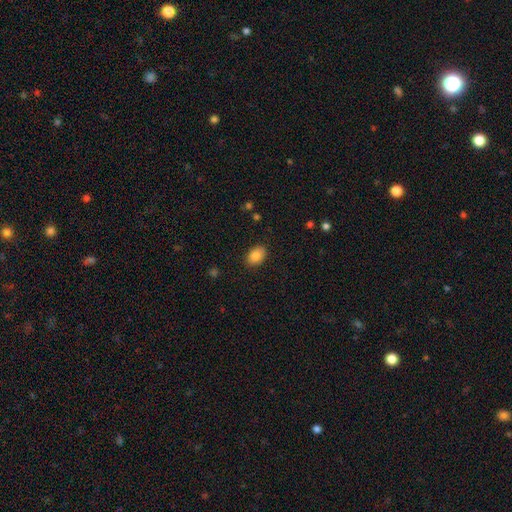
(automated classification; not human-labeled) Morphology: type=smooth (86%); roundness=in between (81%); merging=none (87%).